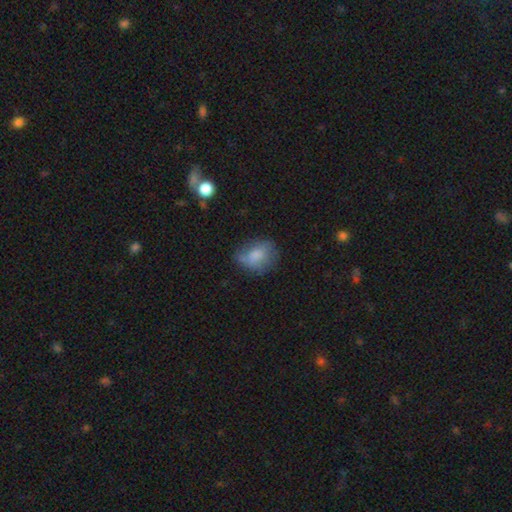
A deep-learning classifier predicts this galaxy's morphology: Smooth or featured? smooth (71%)
How rounded? in between (67%)
Merging? none (49%)